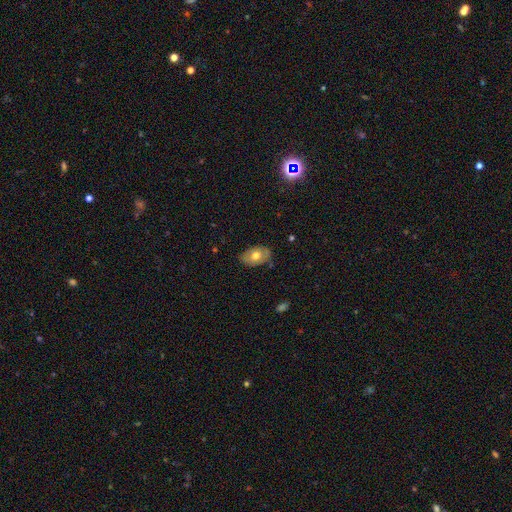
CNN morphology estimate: Smooth or featured? smooth (64%)
How rounded? in between (88%)
Merging? none (80%)